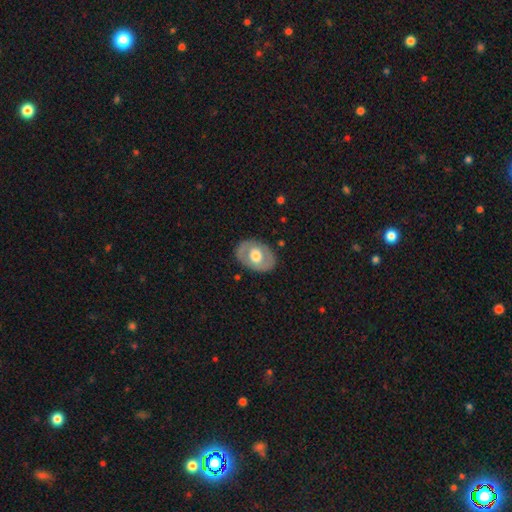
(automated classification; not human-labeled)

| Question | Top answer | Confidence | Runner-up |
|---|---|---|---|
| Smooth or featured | featured or disk | 48% | smooth (47%) |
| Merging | none | 82% | minor disturbance (13%) |